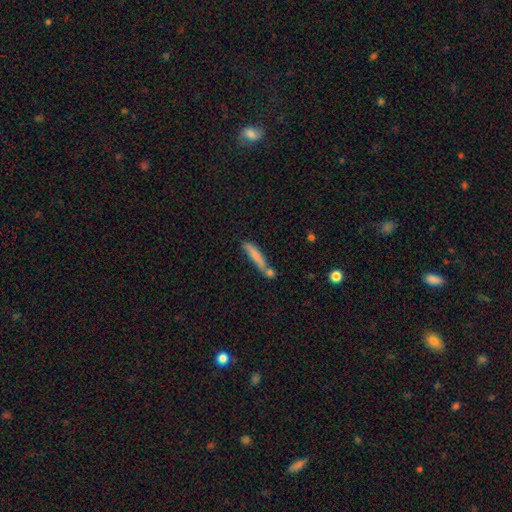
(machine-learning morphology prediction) type=smooth (71%); roundness=cigar-shaped (89%); merging=none (50%).